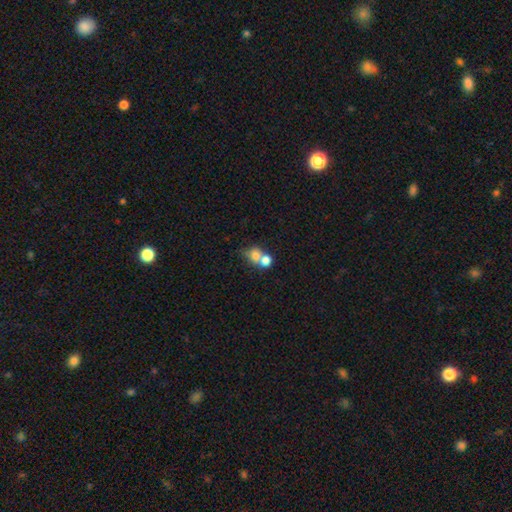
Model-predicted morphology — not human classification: This is likely a smooth galaxy (74%). How rounded: likely round (64%). Merging: possibly merger (60%).